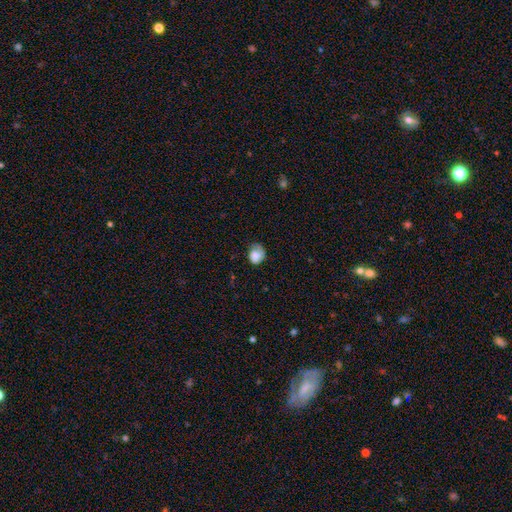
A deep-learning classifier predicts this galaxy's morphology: This is likely a smooth galaxy (73%). How rounded: possibly round (56%). Merging: marginally none (43%).